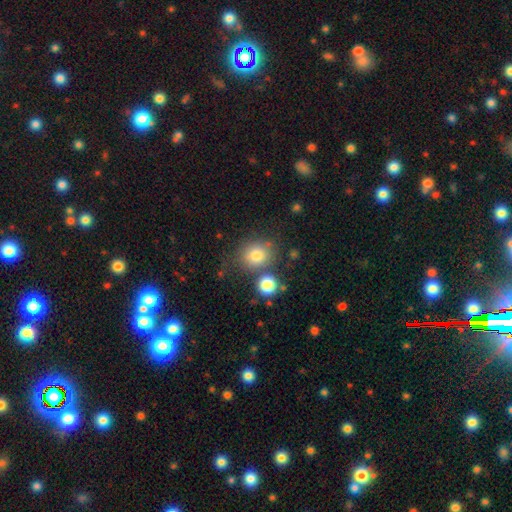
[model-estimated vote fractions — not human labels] smooth-or-featured: smooth: 77% | star or artifact: 15% | featured or disk: 9%
  how-rounded: round: 71% | in between: 28% | cigar-shaped: 1%
  merging: none: 73% | minor disturbance: 13% | merger: 10% | major disturbance: 5%